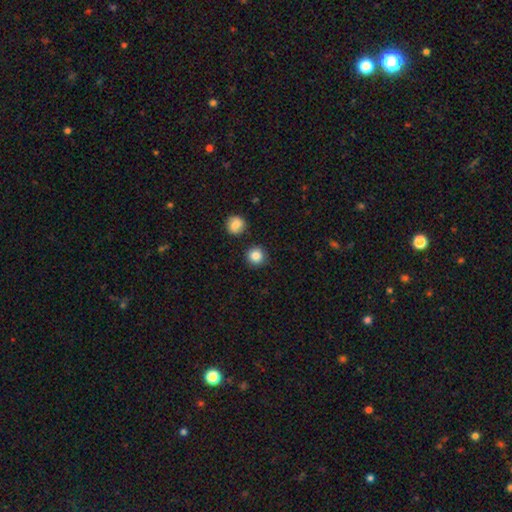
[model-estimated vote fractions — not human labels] Smooth or featured?
  - smooth: 85% *
  - star or artifact: 9%
  - featured or disk: 5%
How rounded?
  - round: 93% *
  - in between: 6%
  - cigar-shaped: 1%
Merging?
  - none: 88% *
  - minor disturbance: 6%
  - merger: 3%
  - major disturbance: 2%